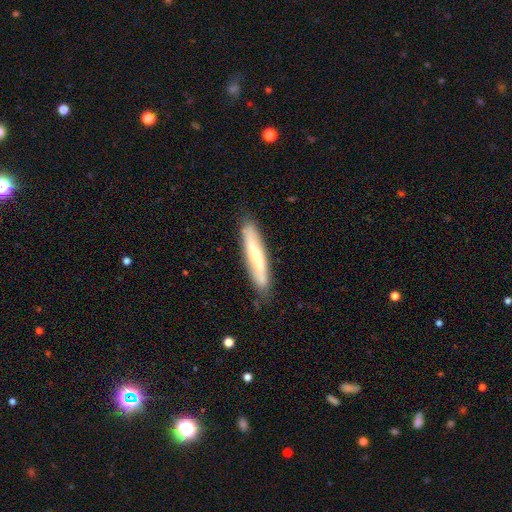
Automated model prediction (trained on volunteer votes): smooth-or-featured: smooth: 50% | featured or disk: 45% | star or artifact: 6%
  merging: none: 83% | minor disturbance: 13% | major disturbance: 2% | merger: 1%